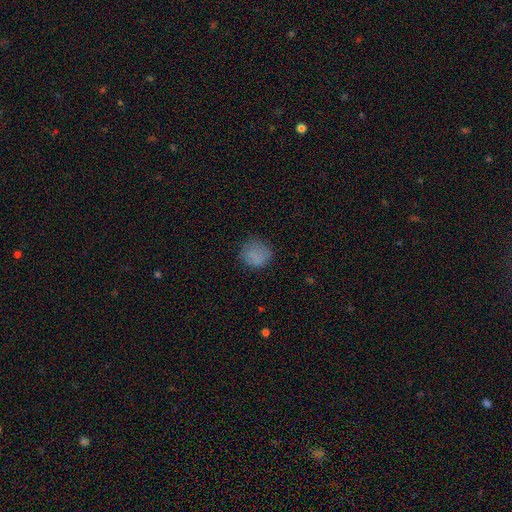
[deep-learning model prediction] Smooth or featured?
  - smooth: 80% *
  - star or artifact: 12%
  - featured or disk: 8%
How rounded?
  - round: 81% *
  - in between: 18%
  - cigar-shaped: 1%
Merging?
  - none: 74% *
  - minor disturbance: 18%
  - major disturbance: 6%
  - merger: 1%